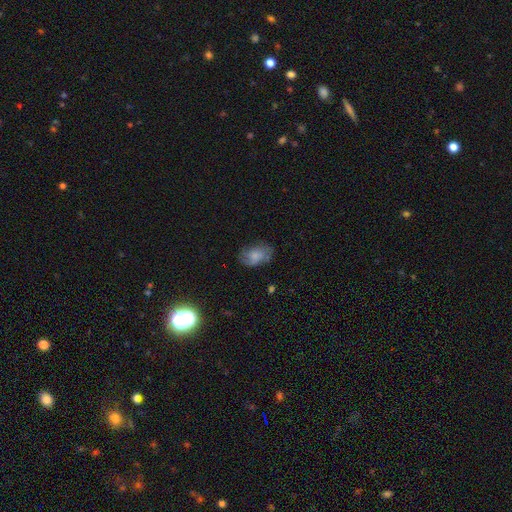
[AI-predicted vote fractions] Overall: smooth (60%; featured or disk 31%). How rounded: in between (87%). Merging: none (65%).